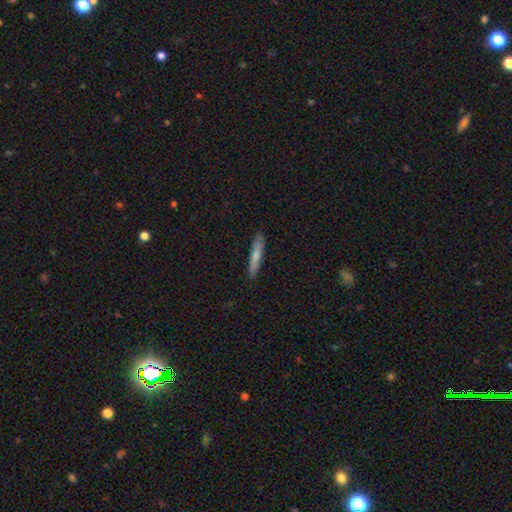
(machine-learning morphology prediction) Smooth or featured: smooth — 73% (featured or disk — 22%)
How rounded: cigar-shaped — 92% (in between — 6%)
Merging: none — 89% (minor disturbance — 8%)